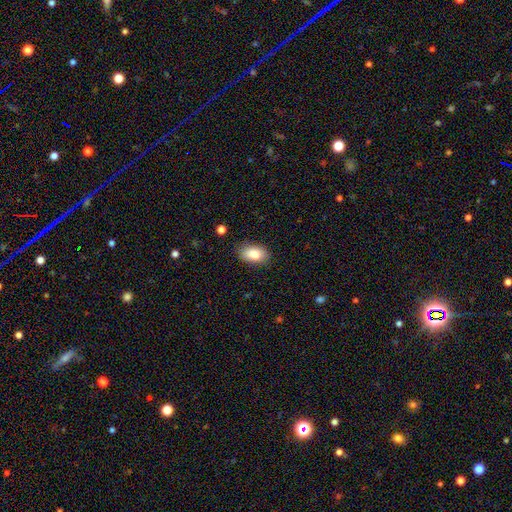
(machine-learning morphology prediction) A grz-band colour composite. It shows a smooth galaxy with no disk features (85%) that is in between round and cigar-shaped (91%). Merging: none (83%).